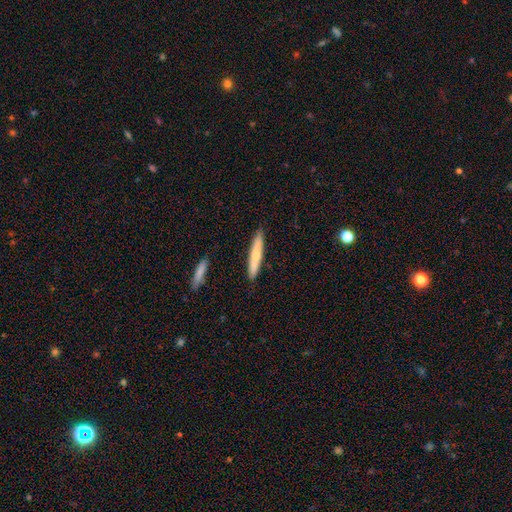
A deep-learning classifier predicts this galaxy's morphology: Smooth or featured? smooth (64%)
How rounded? cigar-shaped (93%)
Merging? none (90%)